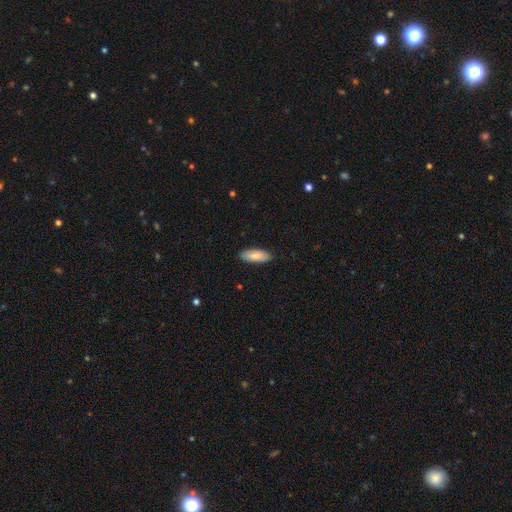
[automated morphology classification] This is clearly a smooth galaxy (83%). How rounded: likely in between (79%). Merging: clearly none (88%).